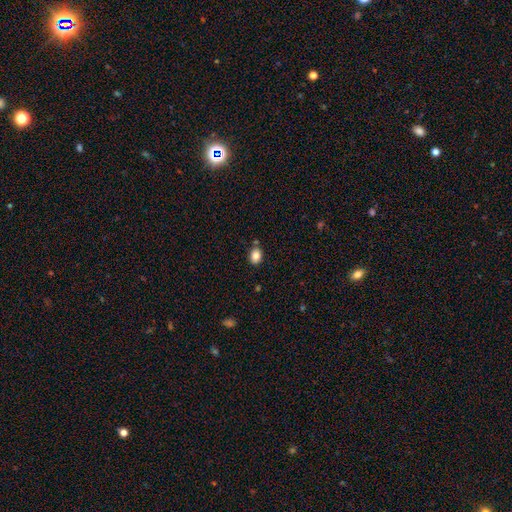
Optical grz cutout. It shows a smooth galaxy with no disk features (89%) that is in between round and cigar-shaped (76%). Merging: none (77%).